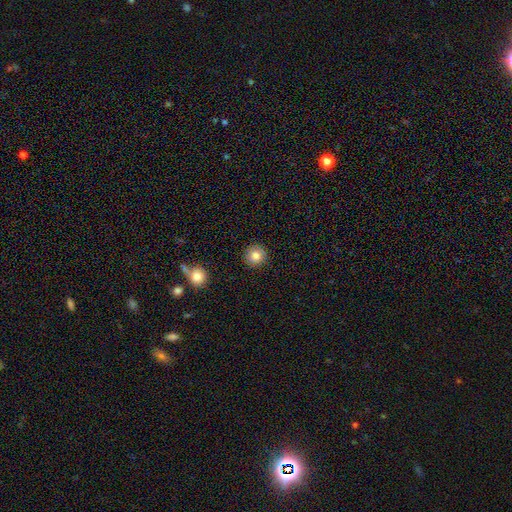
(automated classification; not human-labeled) Smooth or featured?
  - smooth: 83% *
  - star or artifact: 10%
  - featured or disk: 7%
How rounded?
  - round: 94% *
  - in between: 5%
  - cigar-shaped: 1%
Merging?
  - none: 90% *
  - minor disturbance: 6%
  - major disturbance: 2%
  - merger: 2%